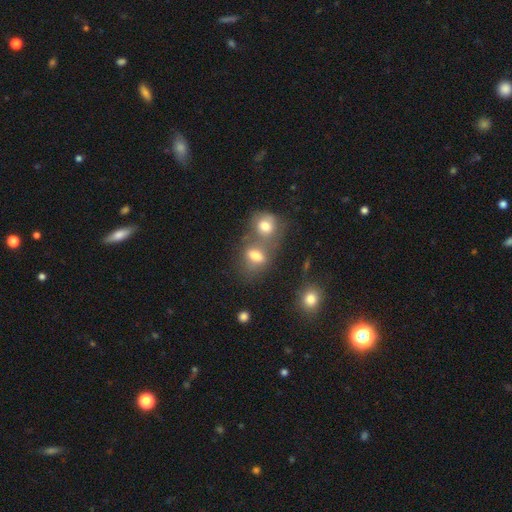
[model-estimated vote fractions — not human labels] A smooth galaxy with no disk features (71%) that is in between round and cigar-shaped (69%).

Vote fractions:
- Smooth or featured? smooth: 71% / featured or disk: 17% / star or artifact: 13%
- How rounded? in between: 69% / round: 27% / cigar-shaped: 4%
- Merging? merger: 52% / none: 32% / minor disturbance: 10% / major disturbance: 6%